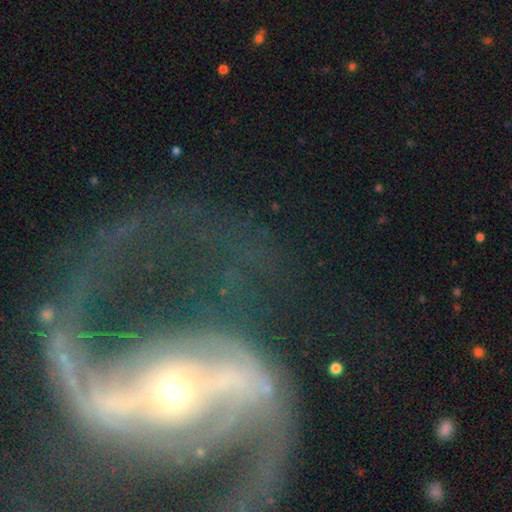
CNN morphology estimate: smooth-or-featured: featured or disk: 90% | star or artifact: 6% | smooth: 4%
  disk-edge-on: no: 97% | yes: 3%
    bar: strong: 60% | weak: 23% | no: 17%
    has-spiral-arms: yes: 94% | no: 6%
      spiral-winding: medium: 45% | loose: 40% | tight: 15%
      spiral-arm-count: 2: 89% | can't tell: 3% | 1: 2% | 3: 2% | 4: 2% | more than 4: 2%
    bulge-size: small: 60% | moderate: 33% | large: 4% | dominant: 2% | none: 1%
  merging: none: 59% | major disturbance: 24% | minor disturbance: 13% | merger: 4%